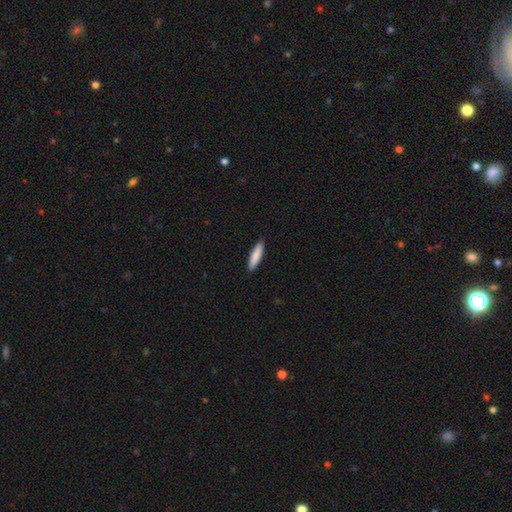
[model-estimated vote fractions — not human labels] The model was most divided on "how rounded": cigar-shaped: 78%, in between: 21%, round: 1%. More confident: merging — none (90%); smooth or featured — smooth (86%).